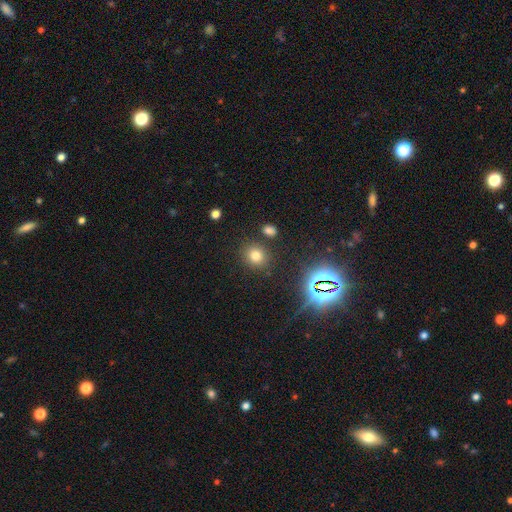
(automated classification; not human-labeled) Q: Smooth or featured?
A: smooth (73%); runner-up: star or artifact (19%)
Q: How rounded?
A: round (76%); runner-up: in between (23%)
Q: Merging?
A: none (82%); runner-up: minor disturbance (9%)